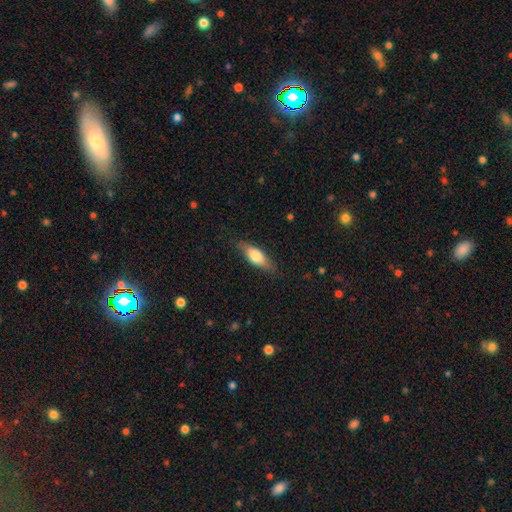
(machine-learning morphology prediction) Smooth or featured: smooth — 68% (featured or disk — 26%)
How rounded: in between — 63% (cigar-shaped — 34%)
Merging: none — 80% (minor disturbance — 15%)